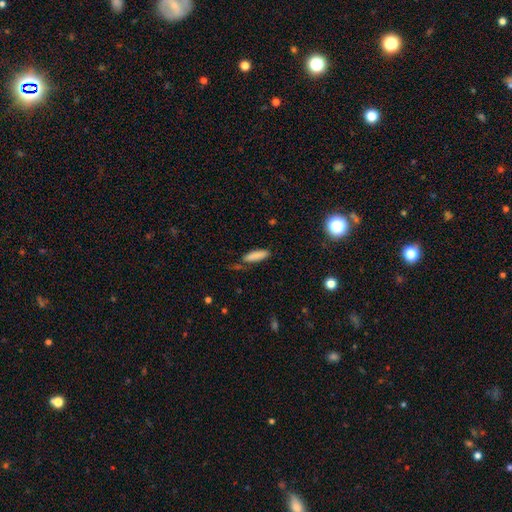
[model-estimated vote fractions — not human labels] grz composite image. It shows a smooth galaxy with no disk features (86%) that is cigar-shaped (62%). Merging: none (72%).